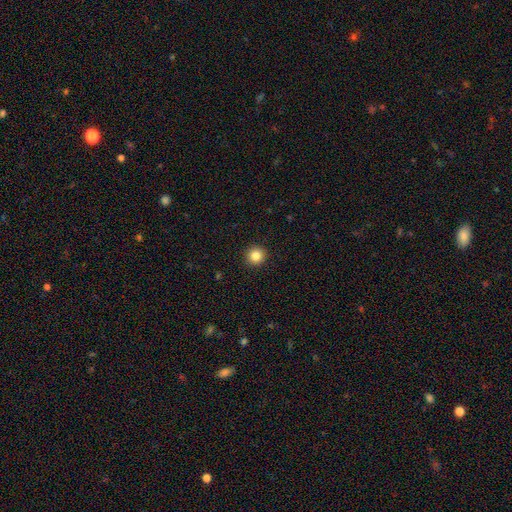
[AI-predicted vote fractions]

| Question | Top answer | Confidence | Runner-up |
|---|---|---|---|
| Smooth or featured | smooth | 85% | star or artifact (11%) |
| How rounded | round | 95% | in between (4%) |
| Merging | none | 93% | minor disturbance (4%) |